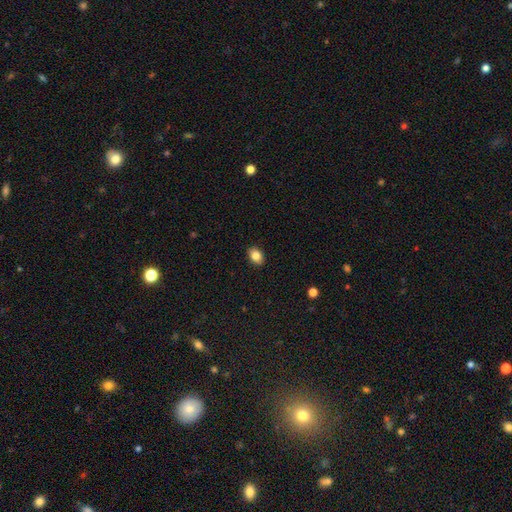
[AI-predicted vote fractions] Morphology: type=smooth (84%); roundness=in between (80%); merging=none (89%).